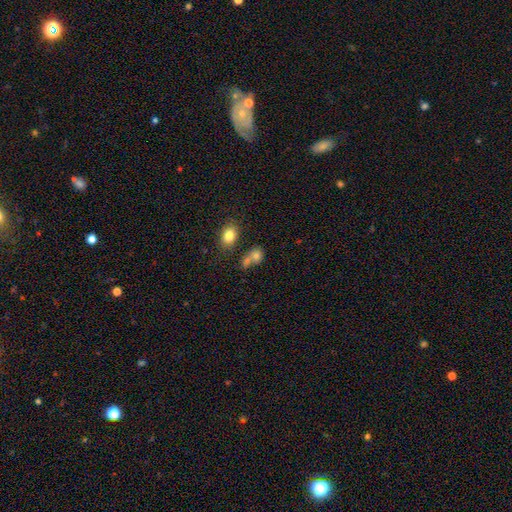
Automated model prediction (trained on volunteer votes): This appears to be a smooth galaxy with no disk features (76%) that is in between round and cigar-shaped (54%). Merging: merger (45%).